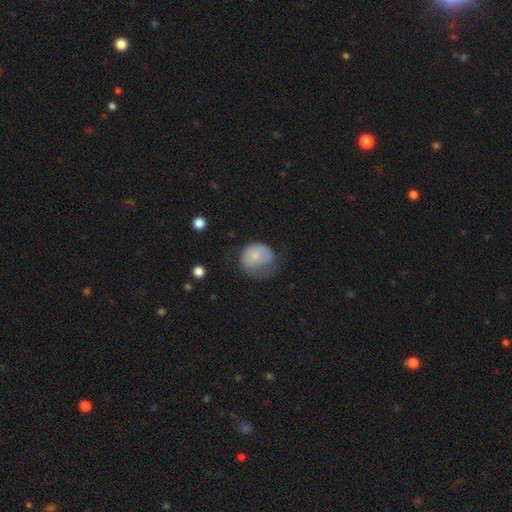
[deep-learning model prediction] smooth_or_featured: smooth (p=0.69) [alt: featured or disk p=0.24]
how_rounded: round (p=0.69) [alt: in between p=0.30]
merging: major disturbance (p=0.37) [alt: minor disturbance p=0.32]